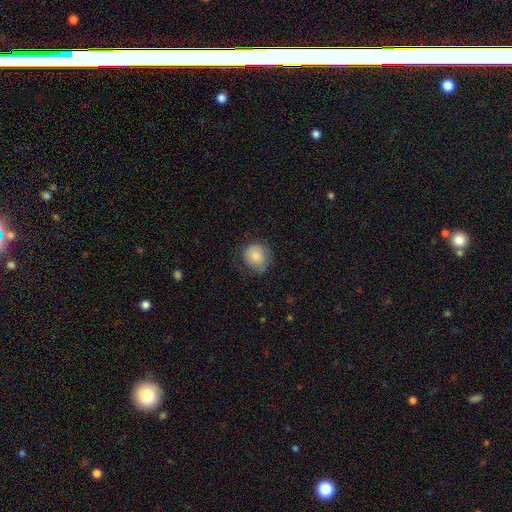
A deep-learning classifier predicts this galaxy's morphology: A smooth galaxy with no disk features (78%) that is round (83%). Merging: none (67%).